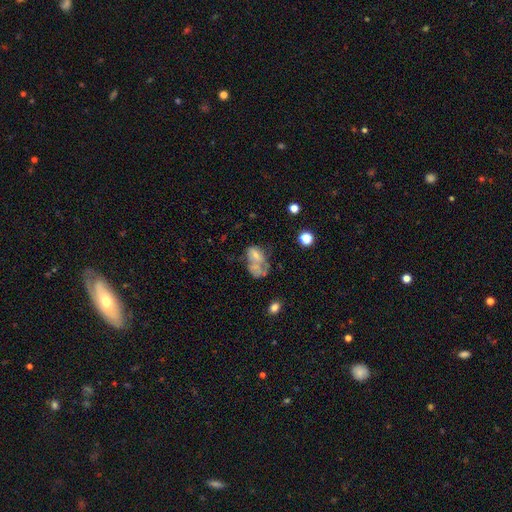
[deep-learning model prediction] A featured or disk galaxy (44%). Merging: merger (31%).